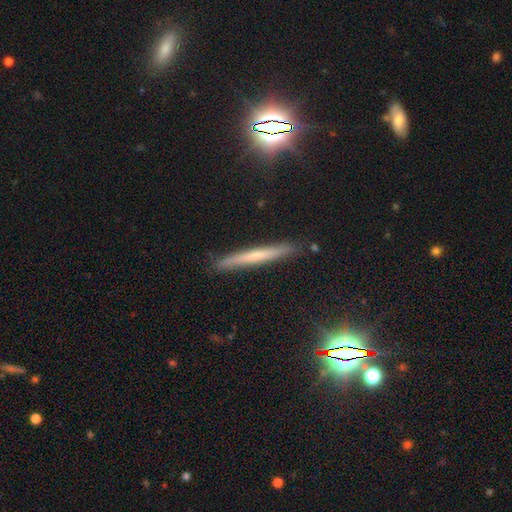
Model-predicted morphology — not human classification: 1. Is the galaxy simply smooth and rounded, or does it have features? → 47% smooth, 42% featured or disk, 11% star or artifact.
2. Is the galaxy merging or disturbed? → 89% none, 8% minor disturbance, 2% major disturbance, 1% merger.